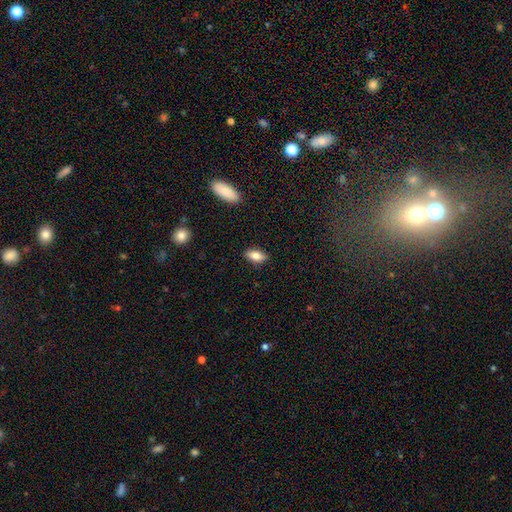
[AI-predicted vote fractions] smooth_or_featured: smooth (p=0.76) [alt: featured or disk p=0.16]
how_rounded: in between (p=0.85) [alt: cigar-shaped p=0.12]
merging: none (p=0.88) [alt: minor disturbance p=0.09]